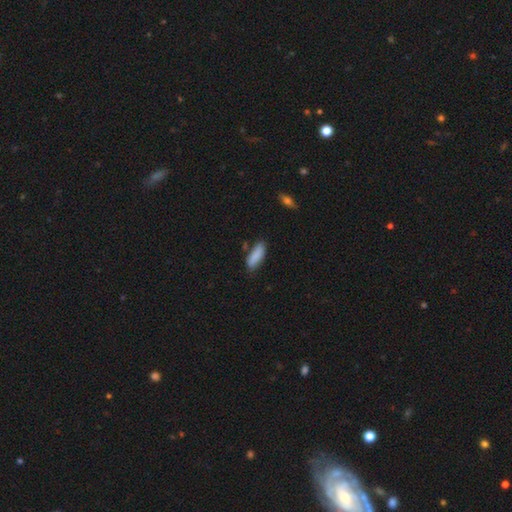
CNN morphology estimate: This appears to be a smooth galaxy with no disk features (87%) that is in between round and cigar-shaped (60%). Merging: none (75%).